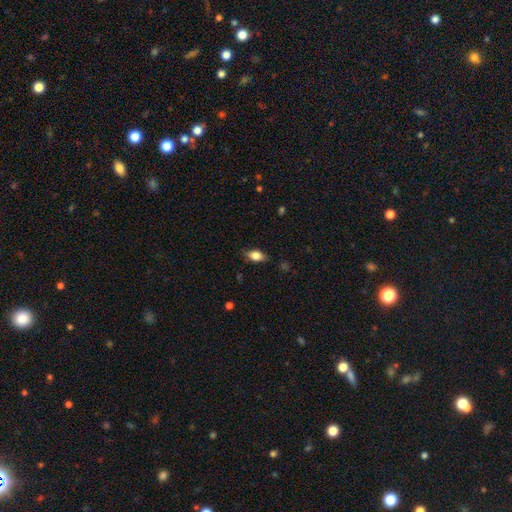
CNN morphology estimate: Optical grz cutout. It shows a smooth galaxy with no disk features (78%) that is in between round and cigar-shaped (85%). Merging: none (79%).